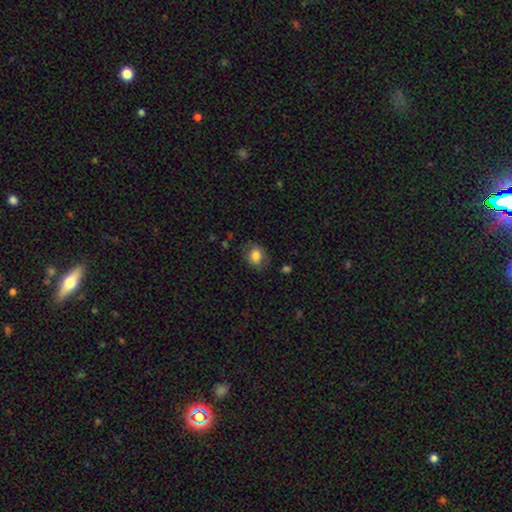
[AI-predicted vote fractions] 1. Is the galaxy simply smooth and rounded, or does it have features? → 81% smooth, 11% featured or disk, 8% star or artifact.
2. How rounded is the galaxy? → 51% round, 48% in between, 1% cigar-shaped.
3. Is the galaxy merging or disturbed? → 74% none, 18% minor disturbance, 7% major disturbance, 1% merger.